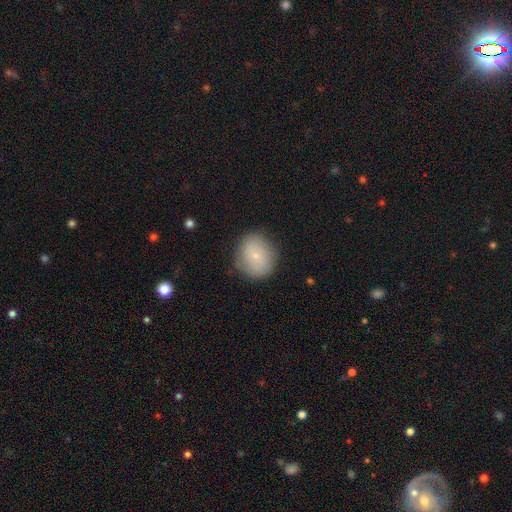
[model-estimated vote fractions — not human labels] A smooth galaxy with no disk features (75%) that is round (71%). Merging: none (82%).